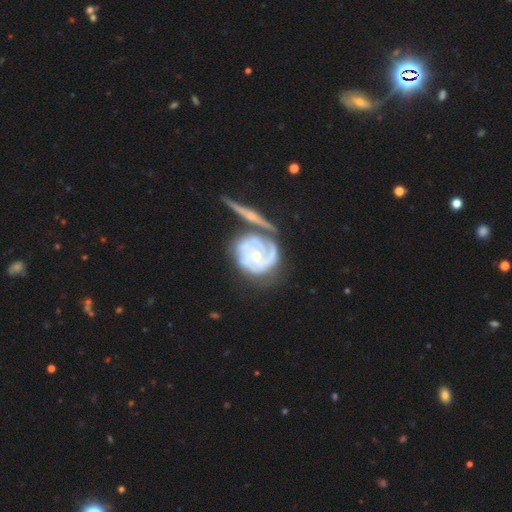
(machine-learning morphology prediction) Smooth or featured? Predicted: featured or disk (p=0.82). Edge-on disk? Predicted: no (p=0.95). Bar? Predicted: no (p=0.75). Spiral arms? Predicted: yes (p=0.88). Spiral winding? Predicted: tight (p=0.69). Spiral arm count? Predicted: can't tell (p=0.30). Bulge size? Predicted: small (p=0.53). Merging? Predicted: none (p=0.43).